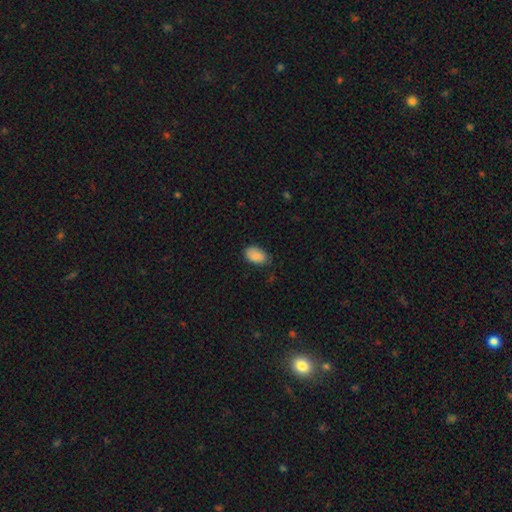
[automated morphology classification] type=smooth (88%); roundness=in between (93%); merging=none (74%).